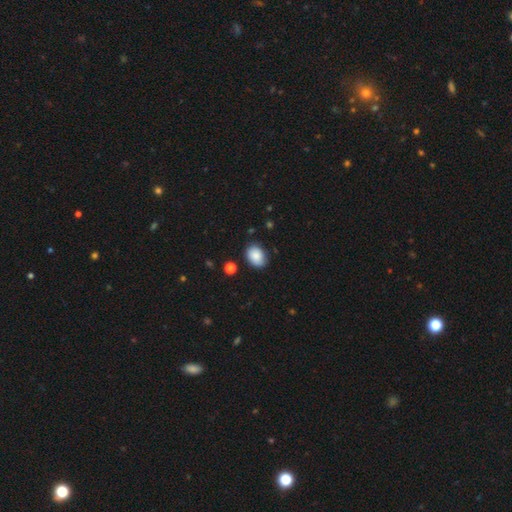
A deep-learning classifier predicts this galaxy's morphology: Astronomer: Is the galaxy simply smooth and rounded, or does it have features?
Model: smooth — 86%.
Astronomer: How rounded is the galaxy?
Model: in between — 71%.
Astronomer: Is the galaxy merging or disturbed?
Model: none — 78%.